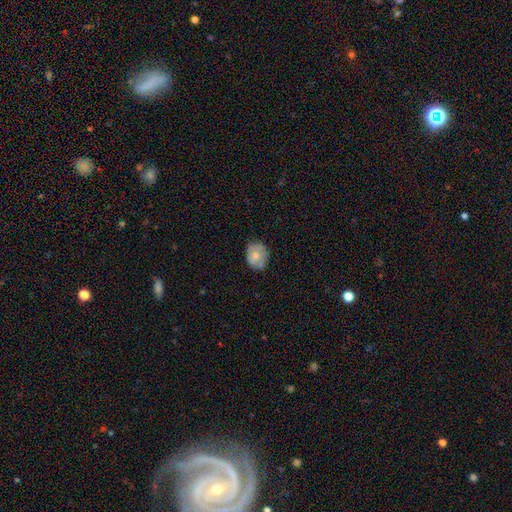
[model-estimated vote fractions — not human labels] Smooth or featured?
  - smooth: 57% *
  - featured or disk: 36%
  - star or artifact: 7%
How rounded?
  - round: 62% *
  - in between: 37%
  - cigar-shaped: 1%
Merging?
  - none: 62% *
  - minor disturbance: 28%
  - major disturbance: 7%
  - merger: 3%